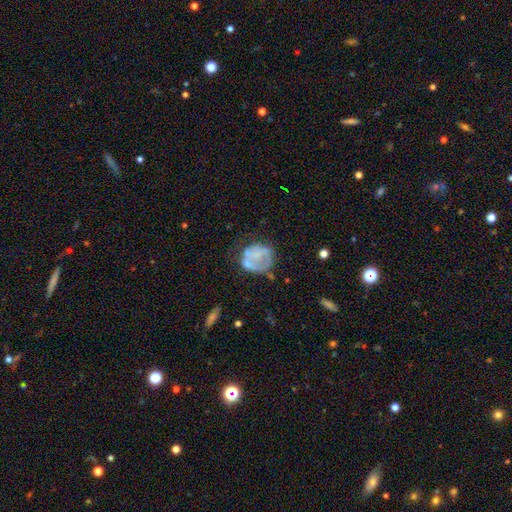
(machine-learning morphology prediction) Smooth or featured? smooth (49%)
Merging? none (39%)